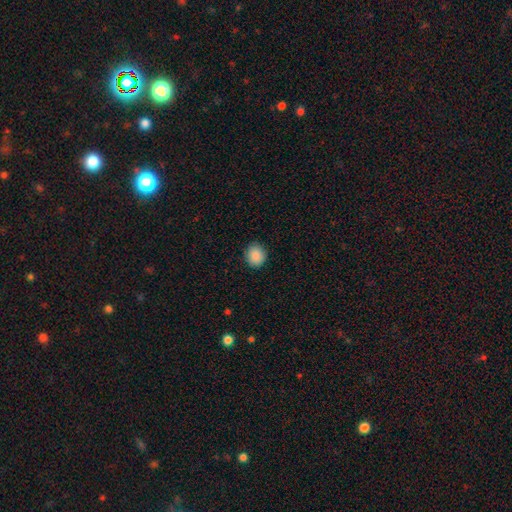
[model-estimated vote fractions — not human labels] Smooth or featured: smooth — 88% (star or artifact — 8%)
How rounded: round — 71% (in between — 29%)
Merging: none — 89% (minor disturbance — 8%)